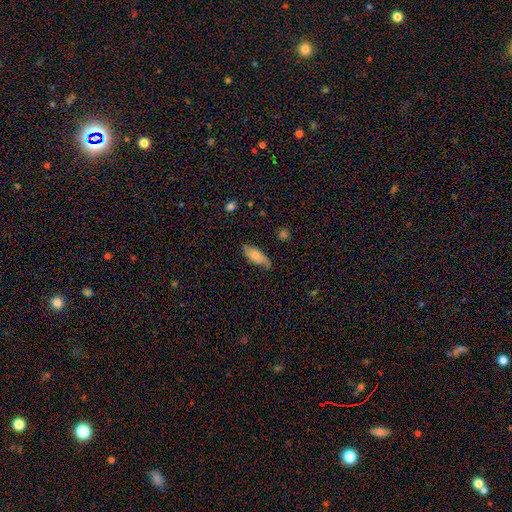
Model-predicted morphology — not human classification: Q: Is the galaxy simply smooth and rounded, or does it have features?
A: smooth — 67%.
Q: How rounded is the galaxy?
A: in between — 83%.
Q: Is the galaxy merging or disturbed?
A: none — 63%.